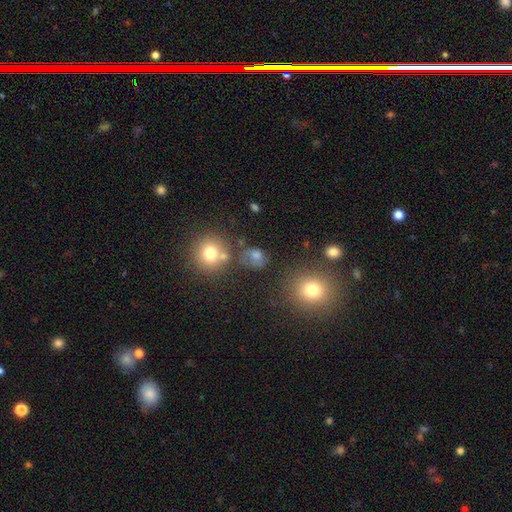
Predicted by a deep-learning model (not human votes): Smooth or featured? Predicted: smooth (p=0.67). How rounded? Predicted: round (p=0.66). Merging? Predicted: none (p=0.55).